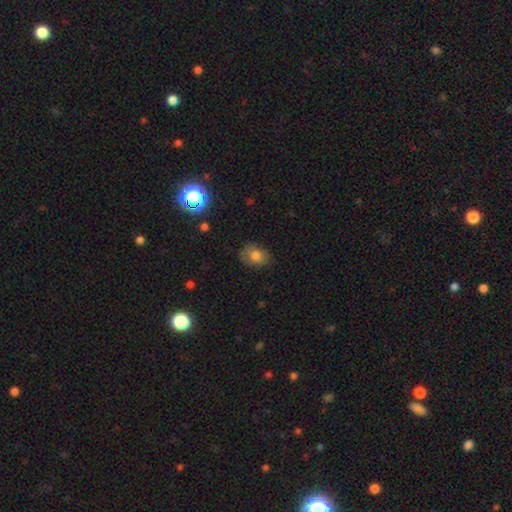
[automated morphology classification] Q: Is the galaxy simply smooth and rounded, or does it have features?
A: smooth — 75%.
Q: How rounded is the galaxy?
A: in between — 66%.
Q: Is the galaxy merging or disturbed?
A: none — 72%.